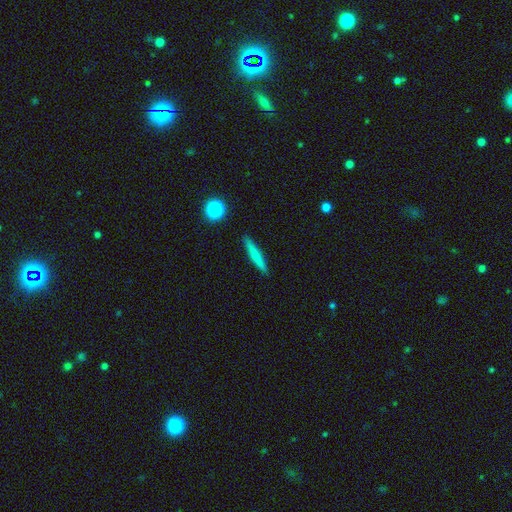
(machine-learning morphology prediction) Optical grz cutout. It shows a smooth galaxy with no disk features (70%) that is cigar-shaped (94%). Merging: none (90%).